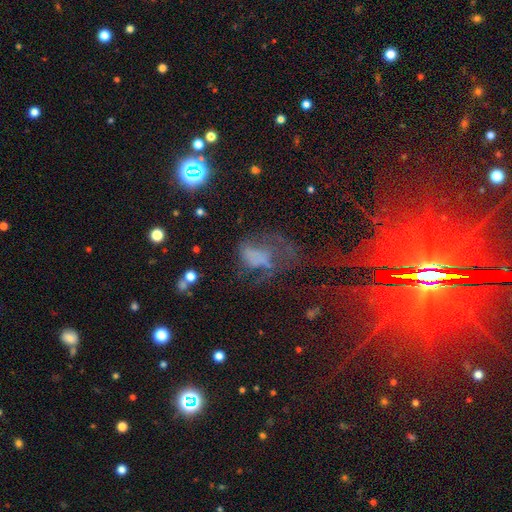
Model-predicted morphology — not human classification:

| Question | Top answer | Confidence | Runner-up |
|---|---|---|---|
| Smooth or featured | featured or disk | 37% | smooth (34%) |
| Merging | major disturbance | 49% | none (26%) |